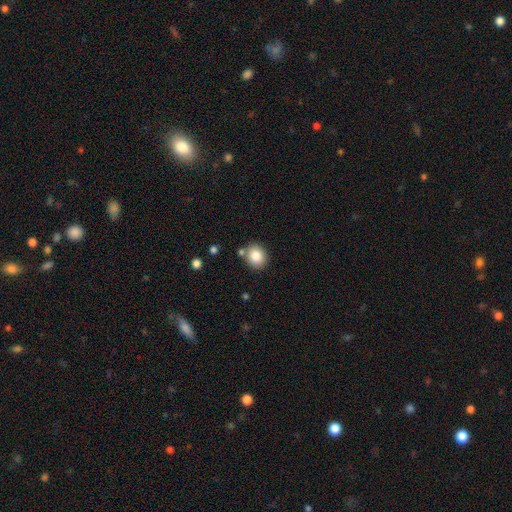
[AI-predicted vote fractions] Smooth or featured: smooth — 83% (star or artifact — 9%)
How rounded: round — 69% (in between — 30%)
Merging: none — 76% (minor disturbance — 11%)